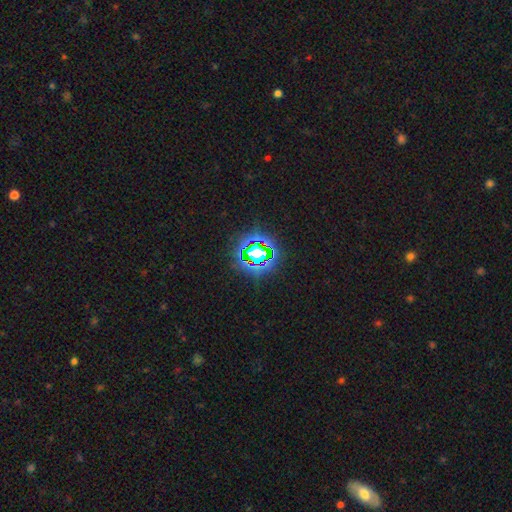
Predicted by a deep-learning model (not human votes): smooth-or-featured: star or artifact: 69% | smooth: 19% | featured or disk: 12%